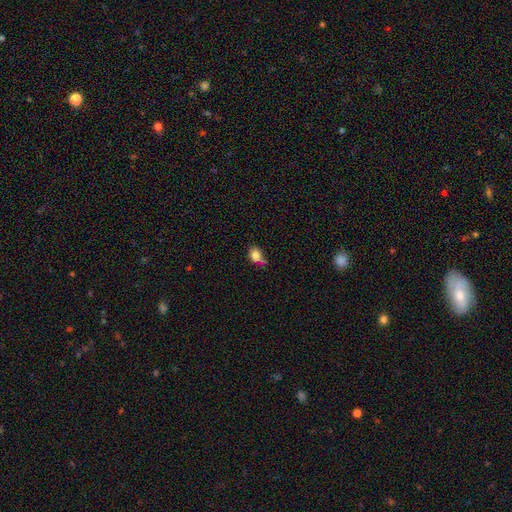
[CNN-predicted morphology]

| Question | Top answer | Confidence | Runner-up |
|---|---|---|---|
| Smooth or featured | smooth | 82% | star or artifact (11%) |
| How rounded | round | 52% | in between (47%) |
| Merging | none | 48% | minor disturbance (26%) |